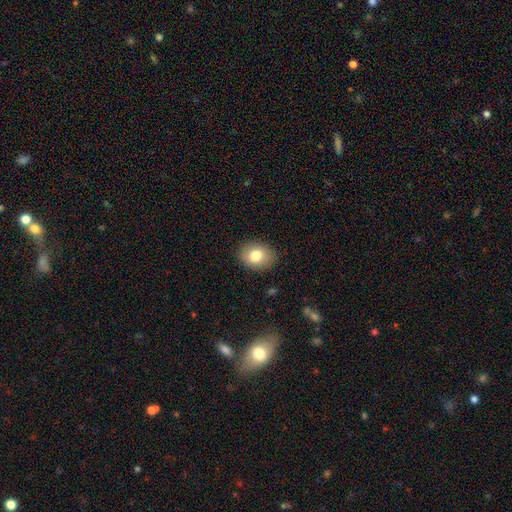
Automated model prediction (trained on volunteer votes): Smooth or featured?
  - smooth: 79% *
  - featured or disk: 12%
  - star or artifact: 9%
How rounded?
  - in between: 58% *
  - round: 41%
  - cigar-shaped: 1%
Merging?
  - none: 88% *
  - minor disturbance: 9%
  - major disturbance: 2%
  - merger: 1%